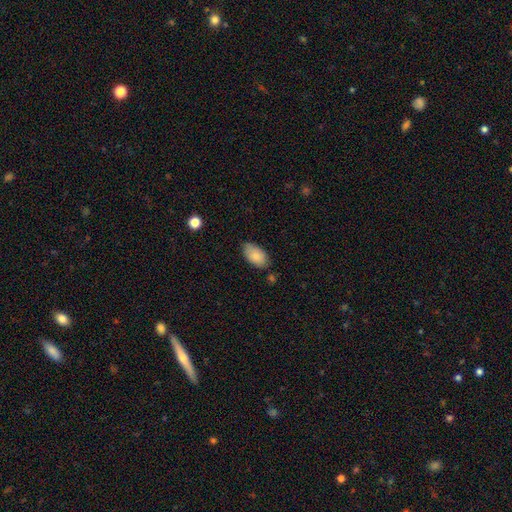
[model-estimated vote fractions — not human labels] A smooth galaxy with no disk features (84%) that is in between round and cigar-shaped (94%). Merging: none (72%).